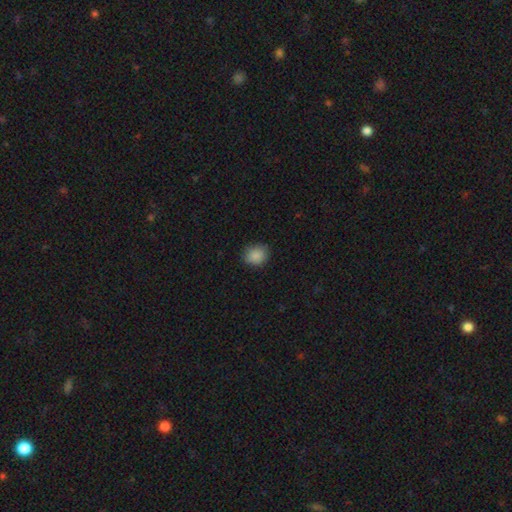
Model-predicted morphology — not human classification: Smooth or featured?
  - smooth: 88% *
  - star or artifact: 9%
  - featured or disk: 3%
How rounded?
  - round: 67% *
  - in between: 32%
  - cigar-shaped: 1%
Merging?
  - none: 84% *
  - minor disturbance: 12%
  - major disturbance: 3%
  - merger: 1%